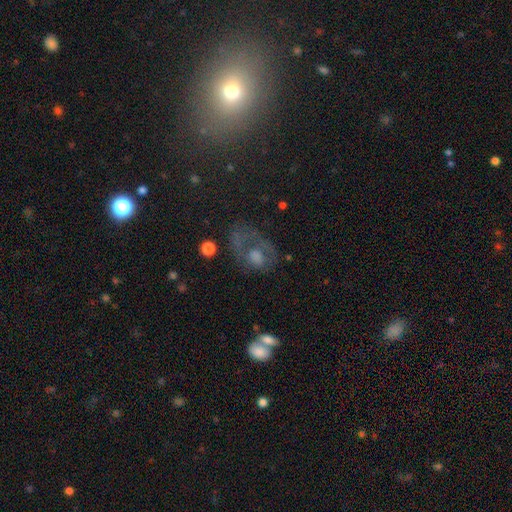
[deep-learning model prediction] A featured or disk galaxy (47%). Merging: none (39%).